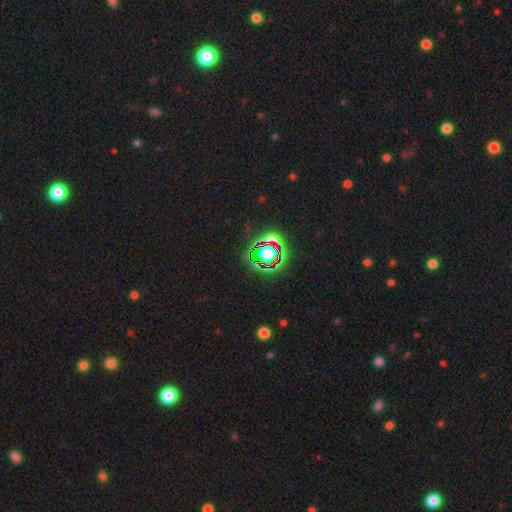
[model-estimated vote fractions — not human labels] A star or artifact, not a galaxy (81%).

Vote fractions:
- Smooth or featured? star or artifact: 81% / smooth: 12% / featured or disk: 7%